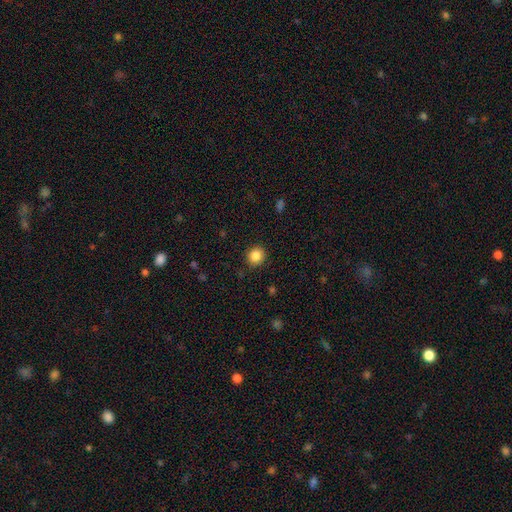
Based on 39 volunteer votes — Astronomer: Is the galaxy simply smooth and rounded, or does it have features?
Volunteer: smooth — 92%.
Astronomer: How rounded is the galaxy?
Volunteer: round — 89%.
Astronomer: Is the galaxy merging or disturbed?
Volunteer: none — 87%.